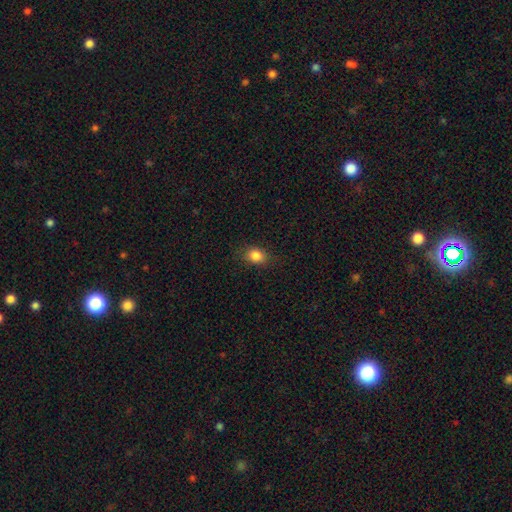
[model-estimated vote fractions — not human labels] Q: Smooth or featured?
A: smooth (85%); runner-up: star or artifact (10%)
Q: How rounded?
A: in between (59%); runner-up: round (39%)
Q: Merging?
A: none (84%); runner-up: minor disturbance (12%)